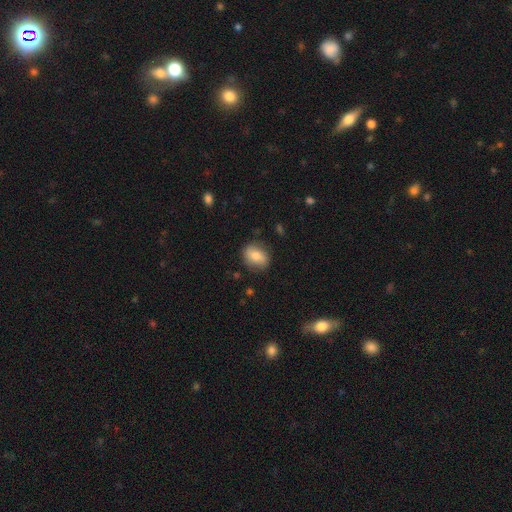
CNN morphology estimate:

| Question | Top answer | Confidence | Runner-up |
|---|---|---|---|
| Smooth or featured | smooth | 74% | featured or disk (18%) |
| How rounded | in between | 53% | round (45%) |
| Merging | none | 80% | minor disturbance (15%) |